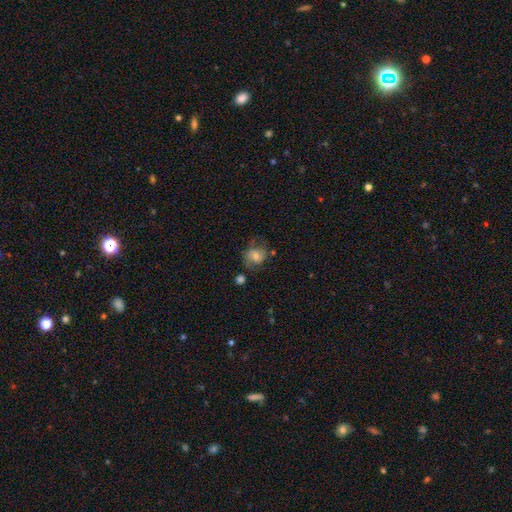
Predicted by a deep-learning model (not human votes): Smooth or featured? smooth (58%)
How rounded? round (60%)
Merging? none (53%)